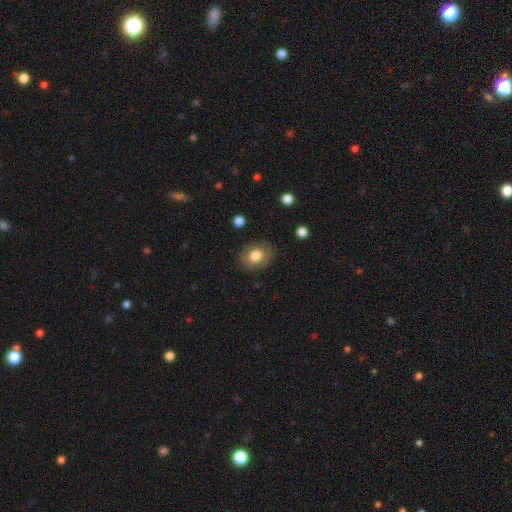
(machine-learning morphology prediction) This appears to be a smooth galaxy with no disk features (79%) that is in between round and cigar-shaped (57%). Merging: none (84%).